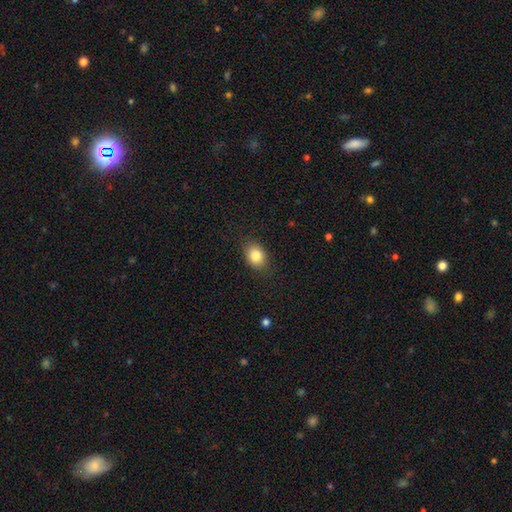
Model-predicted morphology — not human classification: The model was most divided on "how rounded": in between: 66%, round: 32%, cigar-shaped: 1%. More confident: merging — none (86%); smooth or featured — smooth (85%).